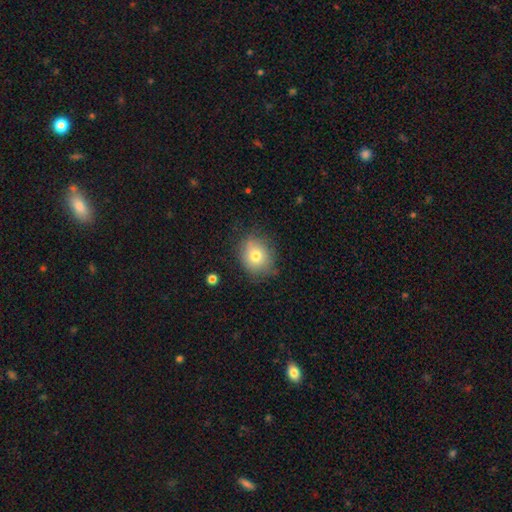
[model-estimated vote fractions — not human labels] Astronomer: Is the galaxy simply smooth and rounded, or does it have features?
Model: smooth — 75%.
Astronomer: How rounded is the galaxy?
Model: round — 63%.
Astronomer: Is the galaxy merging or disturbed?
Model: none — 77%.